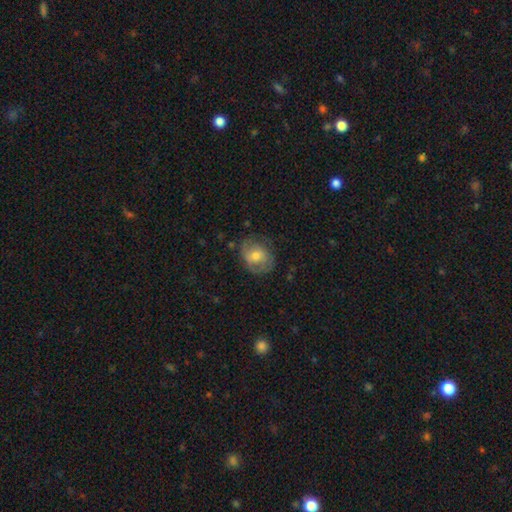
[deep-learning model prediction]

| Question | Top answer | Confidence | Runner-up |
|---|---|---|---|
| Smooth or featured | smooth | 51% | featured or disk (42%) |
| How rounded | round | 55% | in between (44%) |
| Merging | none | 65% | minor disturbance (23%) |